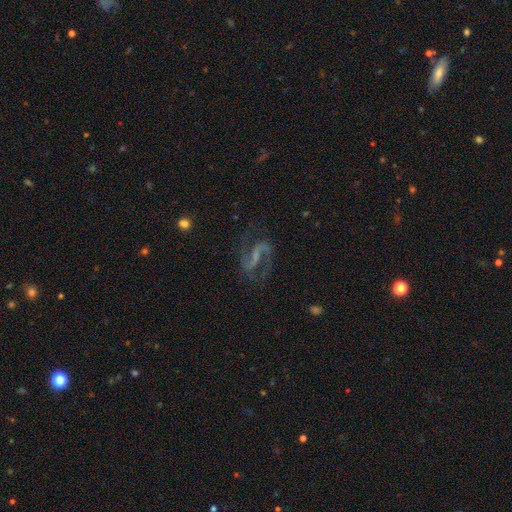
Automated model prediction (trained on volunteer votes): featured or disk 88%, star or artifact 7%, smooth 5%. Down the decision tree: edge-on disk — no (97%); bar — strong (43%); spiral arms — yes (97%); spiral arm count — 2 (93%); spiral winding — medium (50%); bulge size — none (43%); merging — none (74%).